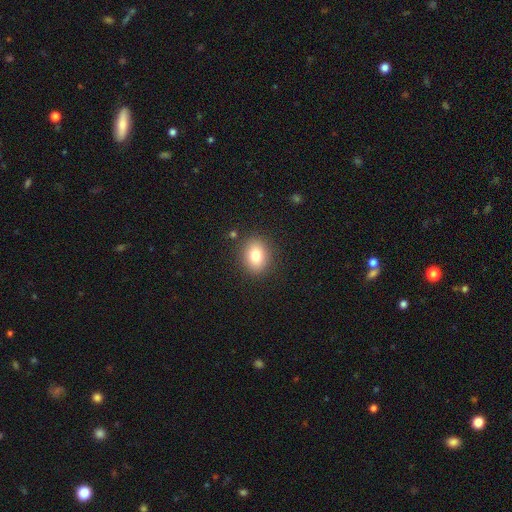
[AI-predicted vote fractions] Smooth or featured? smooth (79%)
How rounded? in between (50%)
Merging? none (87%)